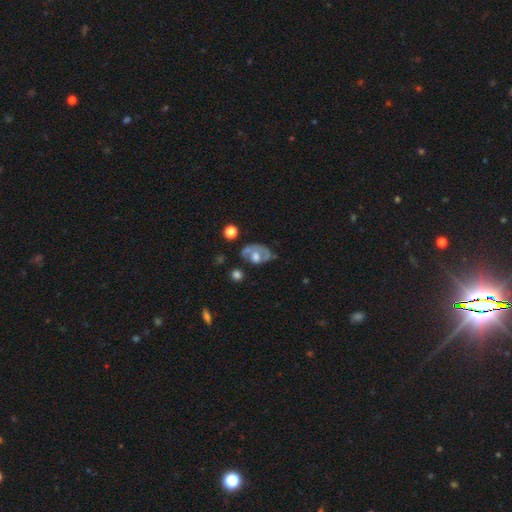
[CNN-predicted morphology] Smooth or featured: featured or disk — 50% (smooth — 42%)
Edge-on disk: no — 95% (yes — 5%)
Merging: none — 37% (minor disturbance — 25%)